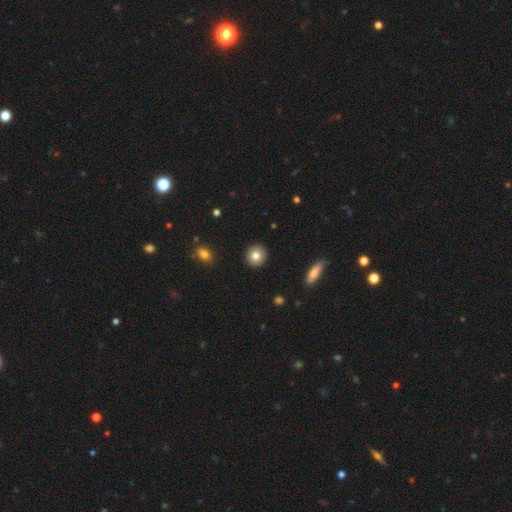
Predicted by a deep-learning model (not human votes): Q: Smooth or featured?
A: smooth (81%); runner-up: featured or disk (10%)
Q: How rounded?
A: round (90%); runner-up: in between (9%)
Q: Merging?
A: none (93%); runner-up: minor disturbance (5%)